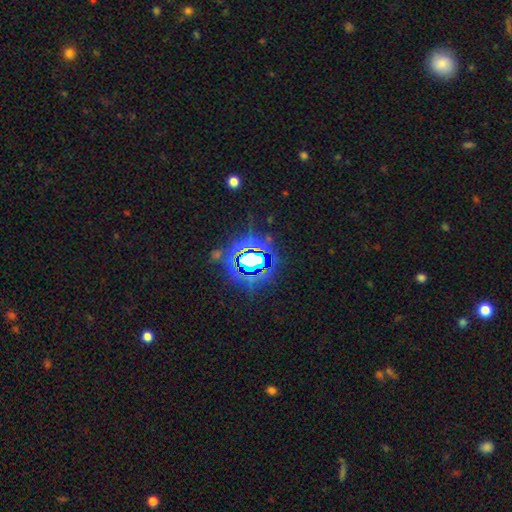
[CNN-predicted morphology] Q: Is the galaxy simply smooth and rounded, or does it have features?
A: star or artifact — 77%.